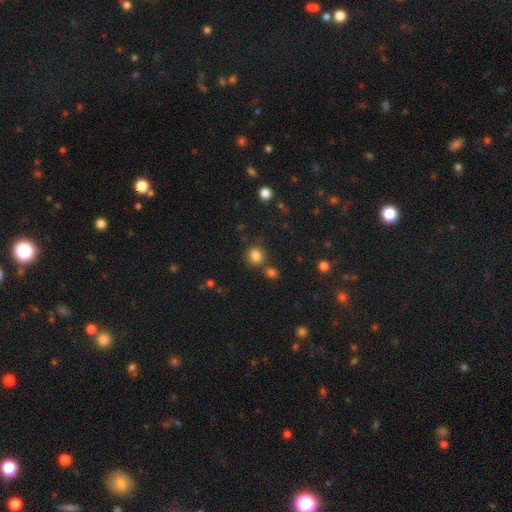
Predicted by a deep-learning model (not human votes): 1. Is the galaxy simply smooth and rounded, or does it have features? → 83% smooth, 13% star or artifact, 5% featured or disk.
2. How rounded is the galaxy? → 84% round, 15% in between, 1% cigar-shaped.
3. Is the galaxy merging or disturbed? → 76% none, 11% merger, 9% minor disturbance, 3% major disturbance.